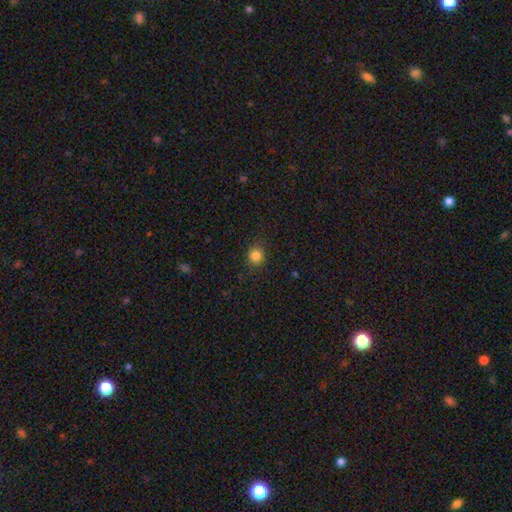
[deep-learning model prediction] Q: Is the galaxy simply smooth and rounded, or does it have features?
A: smooth — 84%.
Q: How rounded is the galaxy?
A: round — 86%.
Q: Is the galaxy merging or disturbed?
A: none — 87%.